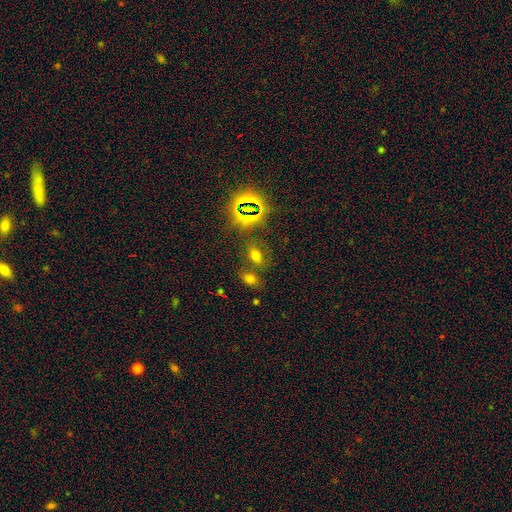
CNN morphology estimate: Smooth or featured? Predicted: smooth (p=0.58). How rounded? Predicted: in between (p=0.79). Merging? Predicted: none (p=0.65).